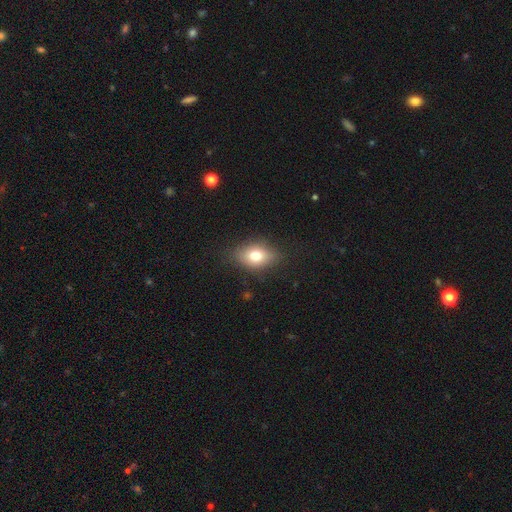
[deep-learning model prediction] Smooth or featured?
  - smooth: 75% *
  - featured or disk: 15%
  - star or artifact: 10%
How rounded?
  - in between: 79% *
  - round: 19%
  - cigar-shaped: 2%
Merging?
  - none: 81% *
  - minor disturbance: 14%
  - major disturbance: 4%
  - merger: 1%